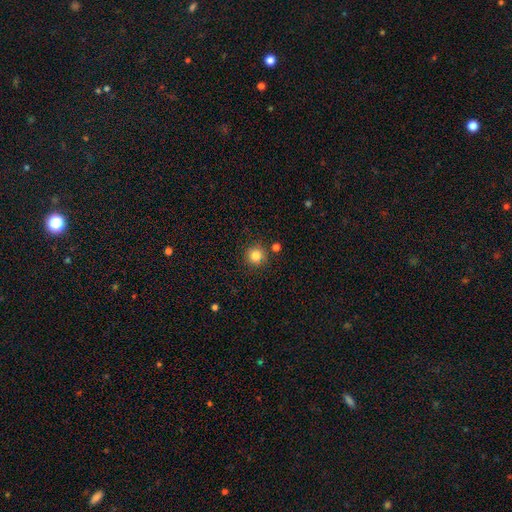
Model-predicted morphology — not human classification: This appears to be a smooth galaxy with no disk features (83%) that is round (95%). Merging: none (86%).